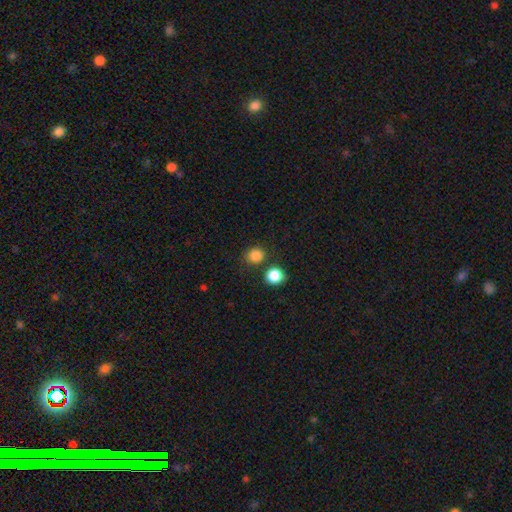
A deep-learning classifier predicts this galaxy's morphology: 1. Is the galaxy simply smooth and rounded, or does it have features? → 84% smooth, 12% star or artifact, 4% featured or disk.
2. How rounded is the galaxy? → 85% round, 14% in between, 1% cigar-shaped.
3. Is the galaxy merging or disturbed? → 79% none, 10% merger, 9% minor disturbance, 3% major disturbance.